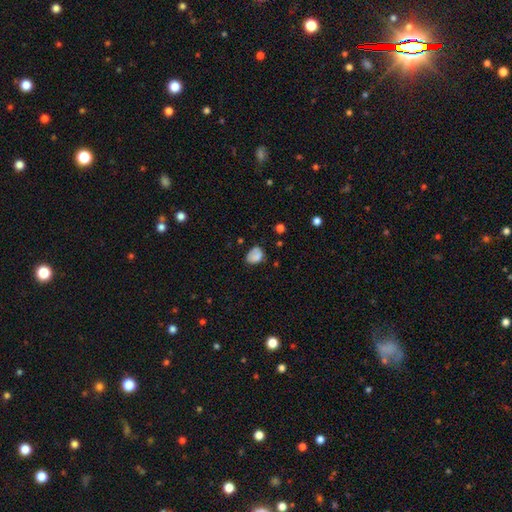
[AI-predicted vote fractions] Smooth or featured? smooth (77%)
How rounded? in between (65%)
Merging? none (53%)